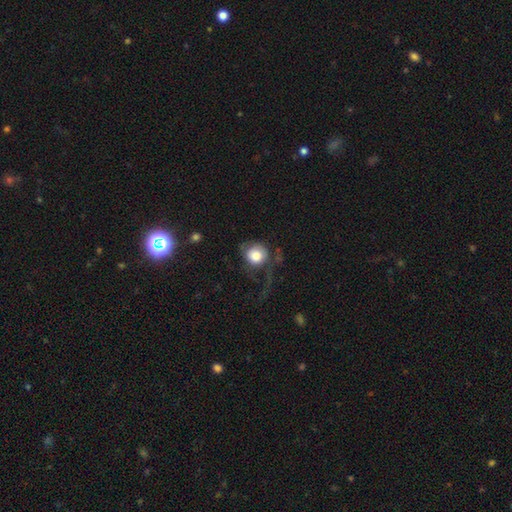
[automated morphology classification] smooth-or-featured: smooth: 74% | featured or disk: 18% | star or artifact: 8%
  how-rounded: round: 84% | in between: 15% | cigar-shaped: 1%
  merging: major disturbance: 43% | none: 34% | minor disturbance: 19% | merger: 4%